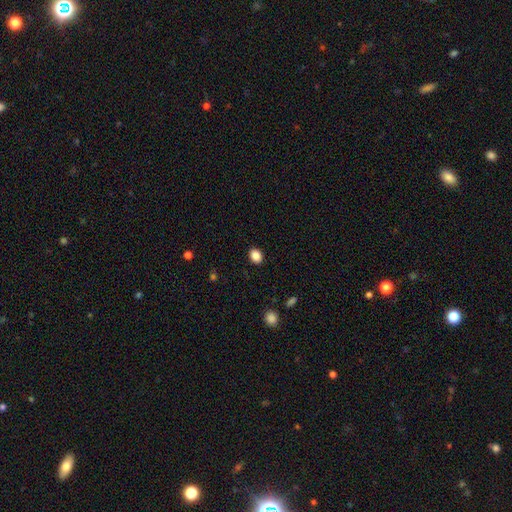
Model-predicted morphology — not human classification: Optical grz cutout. It shows a smooth galaxy with no disk features (87%) that is in between round and cigar-shaped (56%). Merging: none (89%).